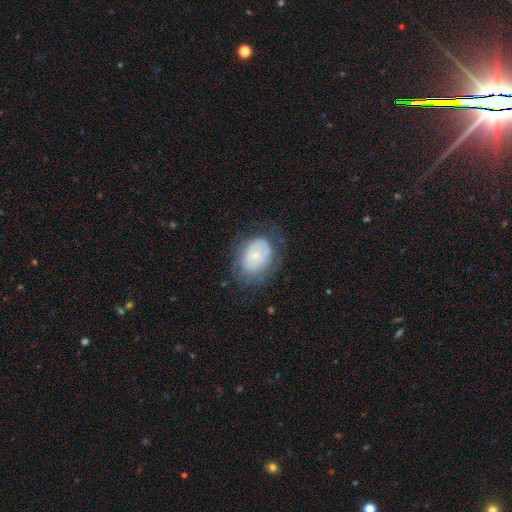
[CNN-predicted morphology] Smooth or featured: smooth — 58% (featured or disk — 33%)
How rounded: in between — 68% (round — 32%)
Merging: none — 61% (minor disturbance — 24%)